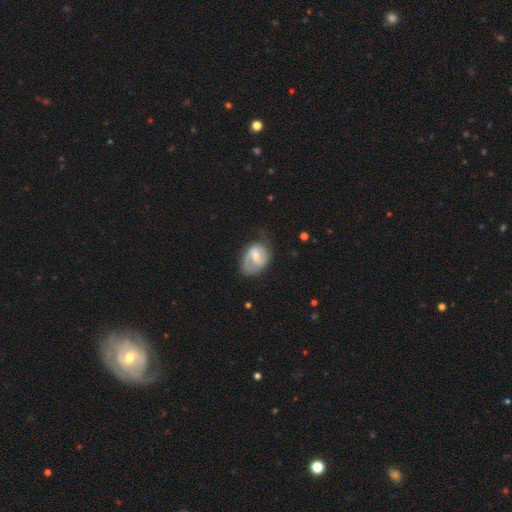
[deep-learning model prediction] This appears to be a featured or disk galaxy (74%) with a weak bar (56%), 2 (63%) medium (46%) spiral arms (90%) and a moderate central bulge (55%). Merging: none (59%).